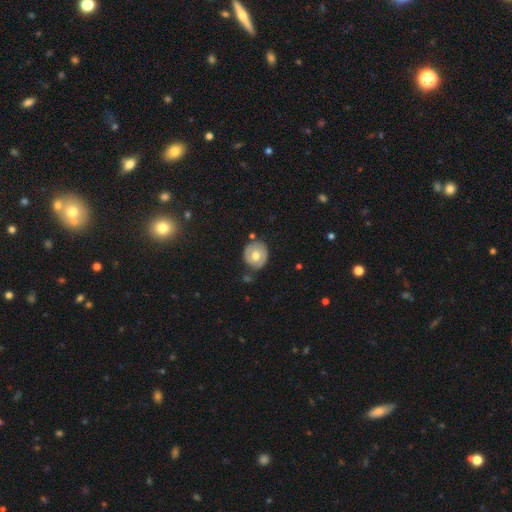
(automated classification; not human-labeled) smooth-or-featured: smooth: 60% | featured or disk: 33% | star or artifact: 7%
  how-rounded: round: 87% | in between: 12% | cigar-shaped: 1%
  merging: none: 75% | minor disturbance: 16% | merger: 6% | major disturbance: 4%